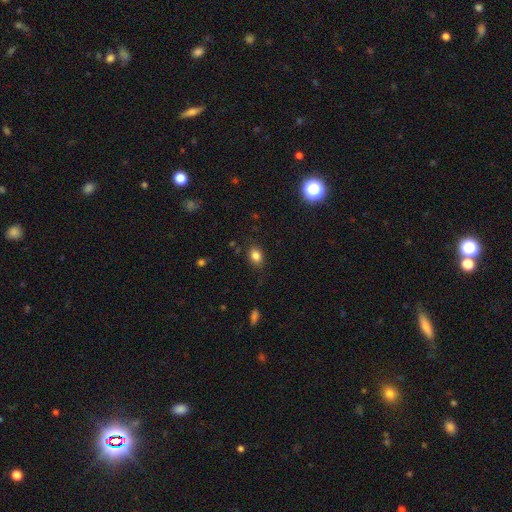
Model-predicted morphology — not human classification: smooth 83%, star or artifact 11%, featured or disk 6%. Down the decision tree: how rounded — in between (69%); merging — none (82%).